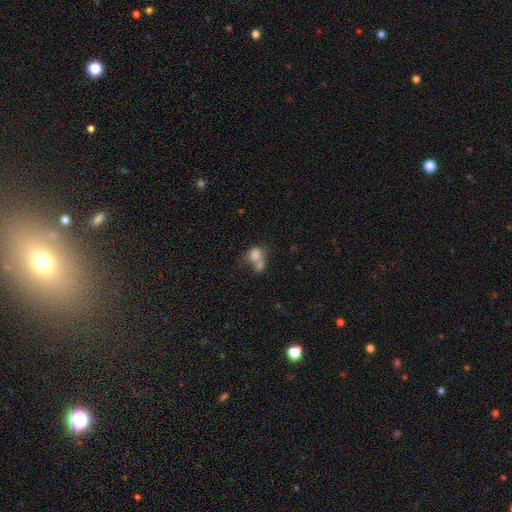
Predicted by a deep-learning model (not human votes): Morphology: type=smooth (75%); roundness=in between (58%); merging=merger (61%).